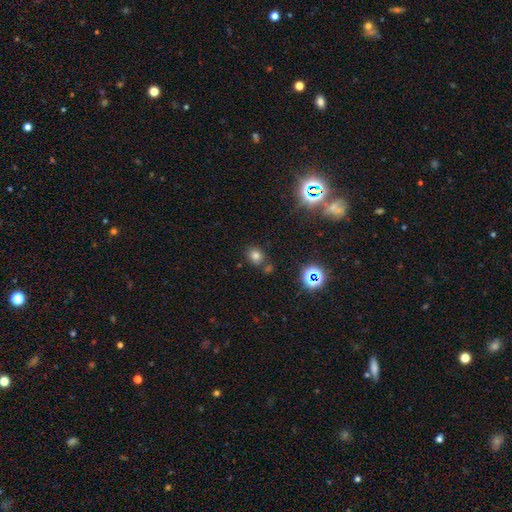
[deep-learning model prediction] Smooth or featured?
  - smooth: 70% *
  - star or artifact: 22%
  - featured or disk: 8%
How rounded?
  - round: 63% *
  - in between: 36%
  - cigar-shaped: 1%
Merging?
  - none: 71% *
  - merger: 13%
  - minor disturbance: 12%
  - major disturbance: 4%